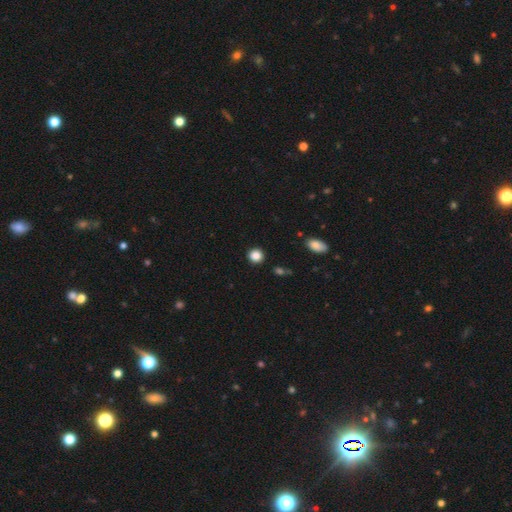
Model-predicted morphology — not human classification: A smooth galaxy with no disk features (86%) that is round (90%). Merging: none (91%).